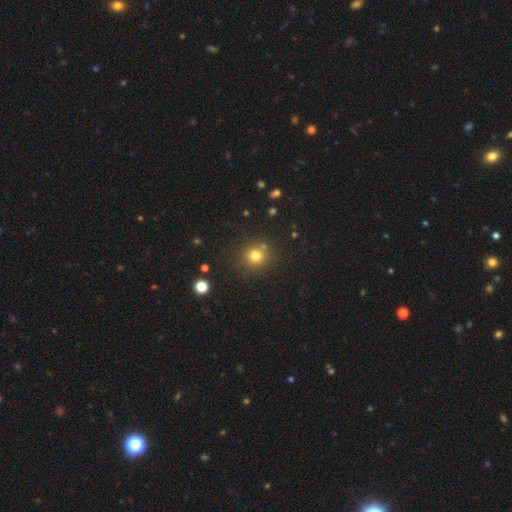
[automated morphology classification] Smooth or featured? smooth (77%)
How rounded? round (90%)
Merging? none (80%)